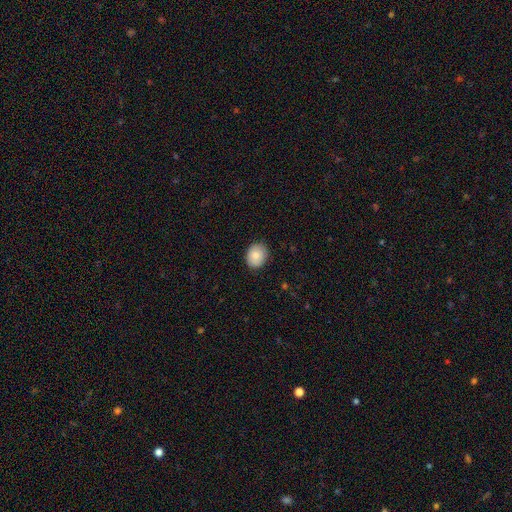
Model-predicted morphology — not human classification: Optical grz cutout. It shows a smooth galaxy with no disk features (82%) that is round (57%). Merging: none (87%).